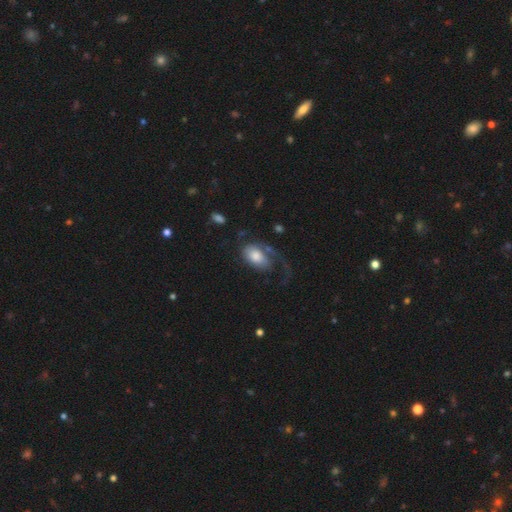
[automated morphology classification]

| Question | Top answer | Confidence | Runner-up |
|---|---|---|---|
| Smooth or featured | smooth | 48% | featured or disk (45%) |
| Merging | major disturbance | 49% | none (30%) |